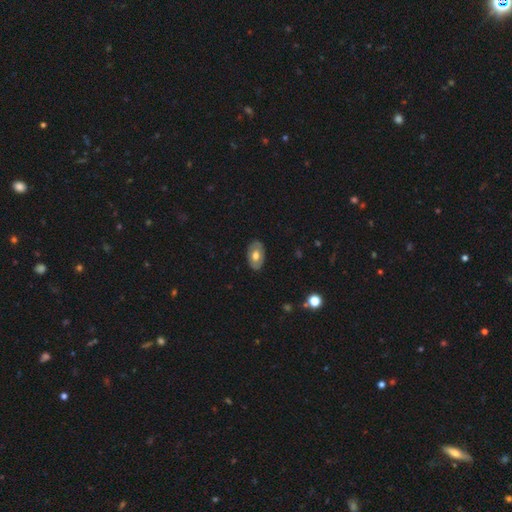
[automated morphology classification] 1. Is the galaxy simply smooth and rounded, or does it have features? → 52% smooth, 42% featured or disk, 6% star or artifact.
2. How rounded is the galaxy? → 89% in between, 10% round, 1% cigar-shaped.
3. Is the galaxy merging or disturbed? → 84% none, 12% minor disturbance, 3% major disturbance, 1% merger.